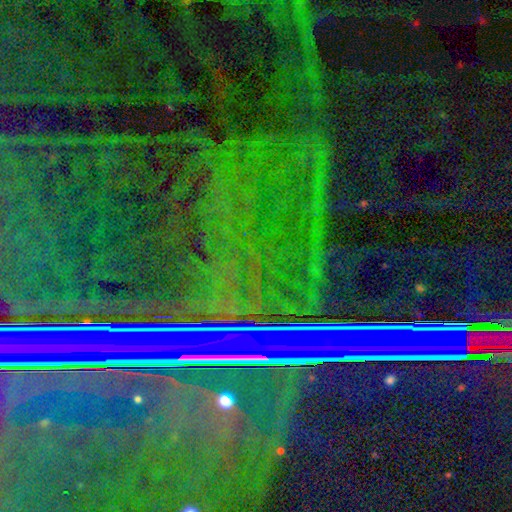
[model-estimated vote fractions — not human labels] A star or artifact, not a galaxy (86%).